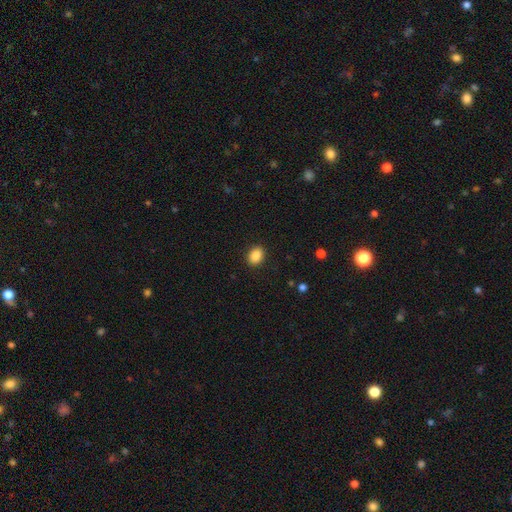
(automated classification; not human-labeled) Morphology: type=smooth (88%); roundness=in between (73%); merging=none (90%).